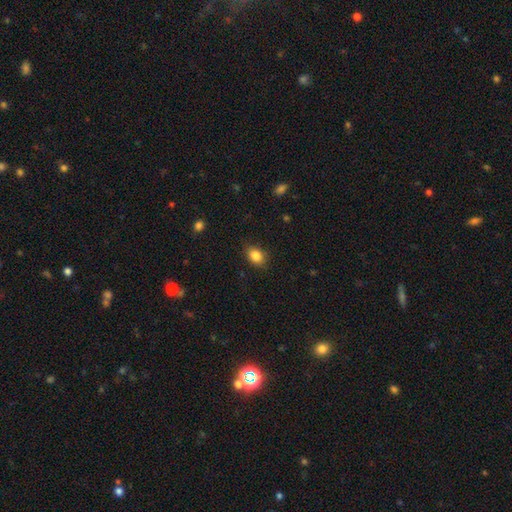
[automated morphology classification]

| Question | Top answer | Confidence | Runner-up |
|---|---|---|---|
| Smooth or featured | smooth | 86% | star or artifact (9%) |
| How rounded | in between | 67% | round (32%) |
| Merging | none | 83% | minor disturbance (13%) |